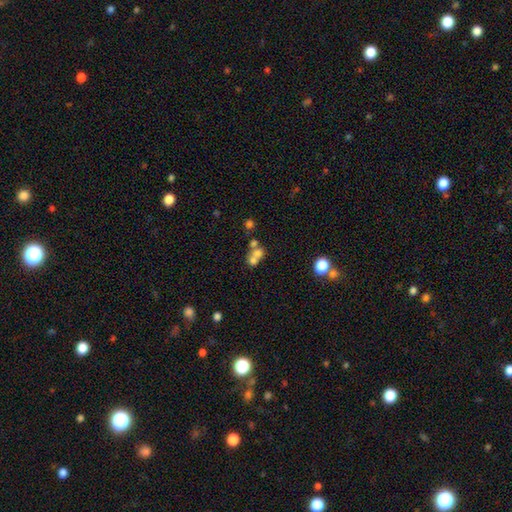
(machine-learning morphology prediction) The model was most divided on "merging": merger: 59%, none: 30%, minor disturbance: 6%, major disturbance: 5%. More confident: how rounded — round (70%); smooth or featured — smooth (61%).